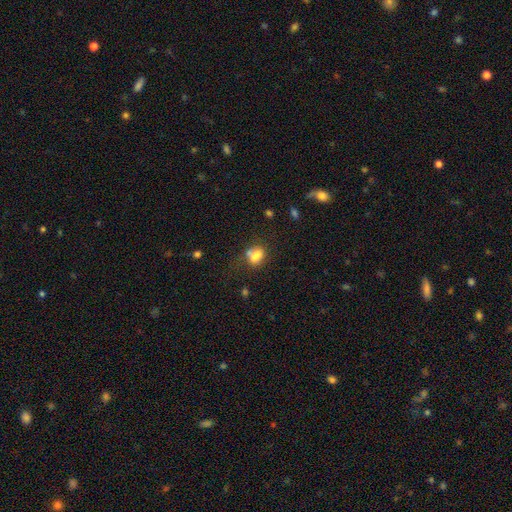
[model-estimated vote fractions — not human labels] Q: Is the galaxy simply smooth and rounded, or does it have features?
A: smooth — 72%.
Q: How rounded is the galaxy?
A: in between — 62%.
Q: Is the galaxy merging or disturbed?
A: none — 39%.